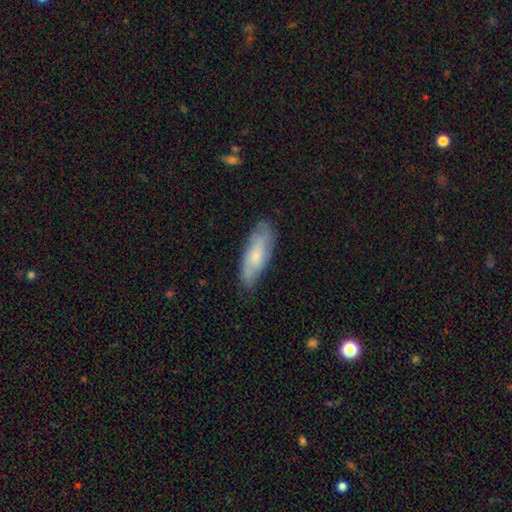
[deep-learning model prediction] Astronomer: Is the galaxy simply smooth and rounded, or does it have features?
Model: smooth — 67%.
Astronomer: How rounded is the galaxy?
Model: in between — 57% (runner-up: cigar-shaped, 41%).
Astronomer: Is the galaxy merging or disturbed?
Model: none — 76%.